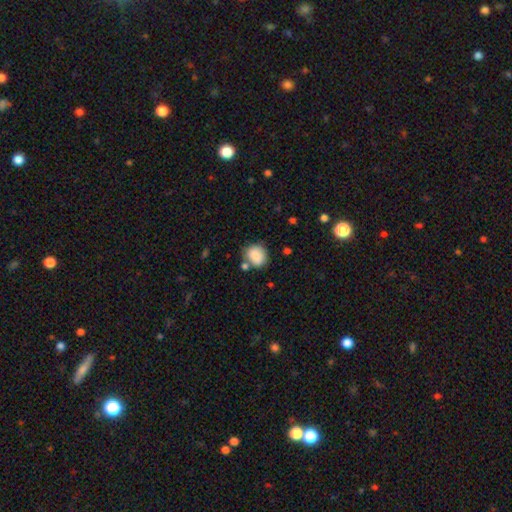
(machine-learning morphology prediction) Q: Smooth or featured?
A: smooth (87%); runner-up: star or artifact (8%)
Q: How rounded?
A: round (64%); runner-up: in between (35%)
Q: Merging?
A: none (65%); runner-up: minor disturbance (18%)